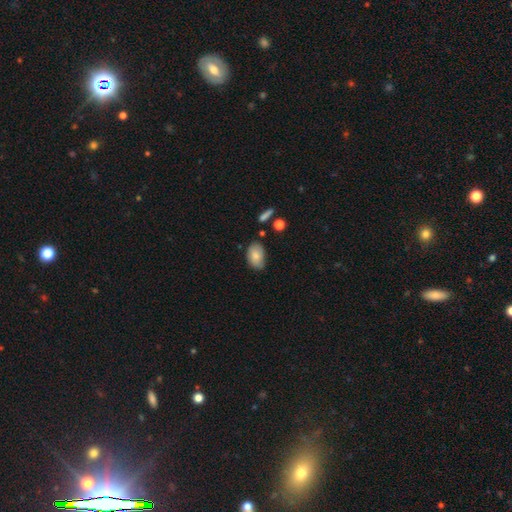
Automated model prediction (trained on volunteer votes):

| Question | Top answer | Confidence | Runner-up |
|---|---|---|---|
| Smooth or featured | smooth | 79% | featured or disk (13%) |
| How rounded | in between | 88% | round (11%) |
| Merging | none | 69% | minor disturbance (24%) |